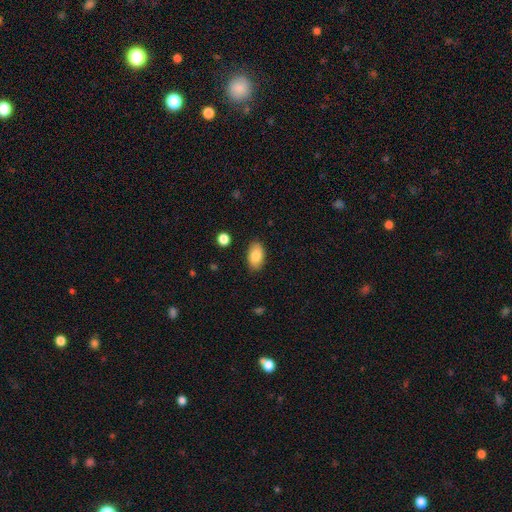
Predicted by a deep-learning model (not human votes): A smooth galaxy with no disk features (84%) that is in between round and cigar-shaped (92%).

Vote fractions:
- Smooth or featured? smooth: 84% / featured or disk: 9% / star or artifact: 7%
- How rounded? in between: 92% / round: 6% / cigar-shaped: 2%
- Merging? none: 87% / minor disturbance: 9% / major disturbance: 2% / merger: 1%